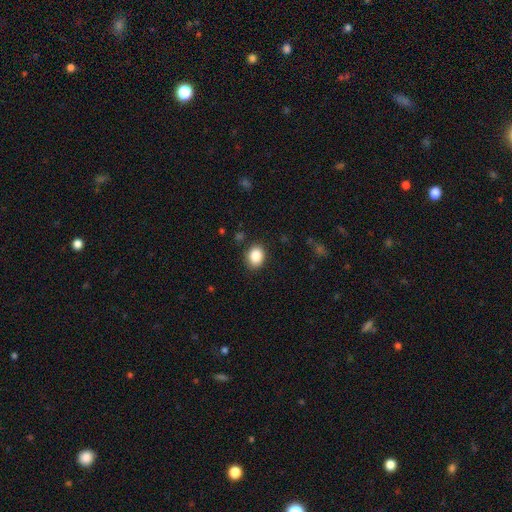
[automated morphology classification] smooth-or-featured: smooth: 88% | star or artifact: 9% | featured or disk: 4%
  how-rounded: in between: 52% | round: 47% | cigar-shaped: 1%
  merging: none: 87% | minor disturbance: 9% | major disturbance: 3% | merger: 1%